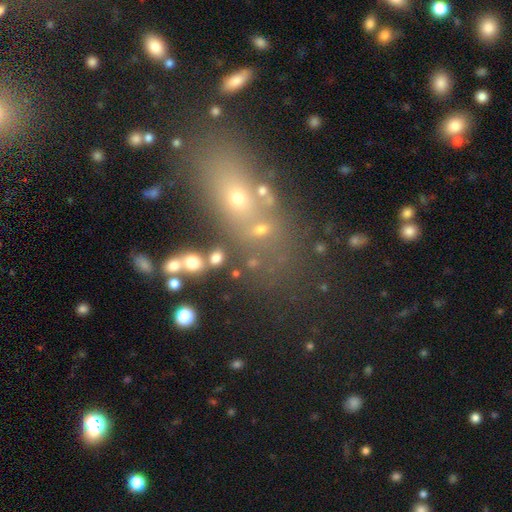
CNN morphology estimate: The model was most divided on "smooth or featured": smooth: 42%, star or artifact: 35%, featured or disk: 23%. More confident: merging — none (60%).